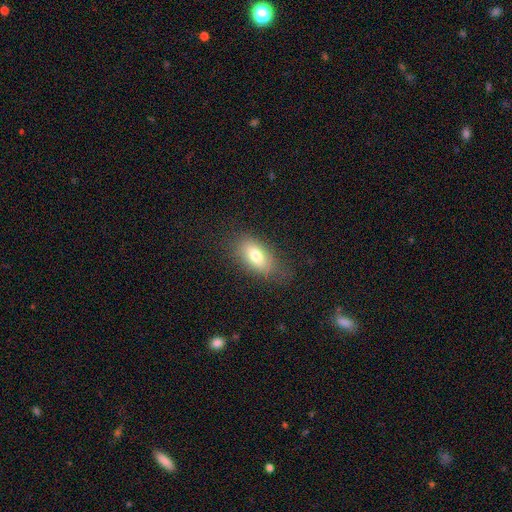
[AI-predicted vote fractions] A smooth galaxy with no disk features (74%) that is in between round and cigar-shaped (88%). Merging: none (73%).